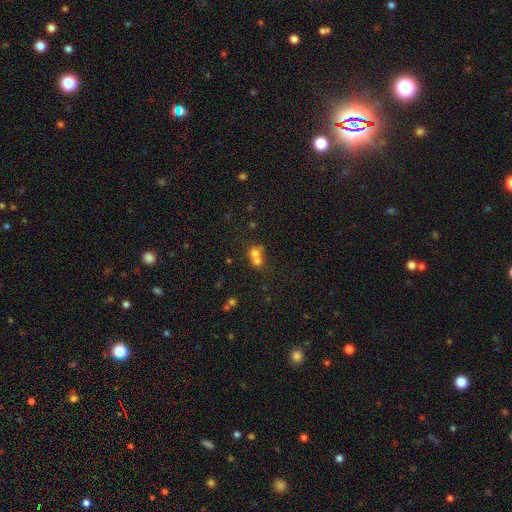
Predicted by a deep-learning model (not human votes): smooth-or-featured: smooth: 68% | featured or disk: 17% | star or artifact: 15%
  how-rounded: round: 74% | in between: 25% | cigar-shaped: 1%
  merging: merger: 67% | none: 25% | minor disturbance: 5% | major disturbance: 3%